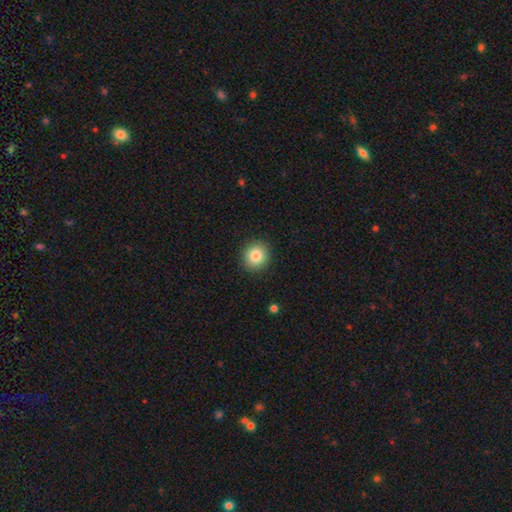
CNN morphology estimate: smooth_or_featured: smooth (p=0.84) [alt: star or artifact p=0.10]
how_rounded: round (p=0.90) [alt: in between p=0.10]
merging: none (p=0.91) [alt: minor disturbance p=0.06]